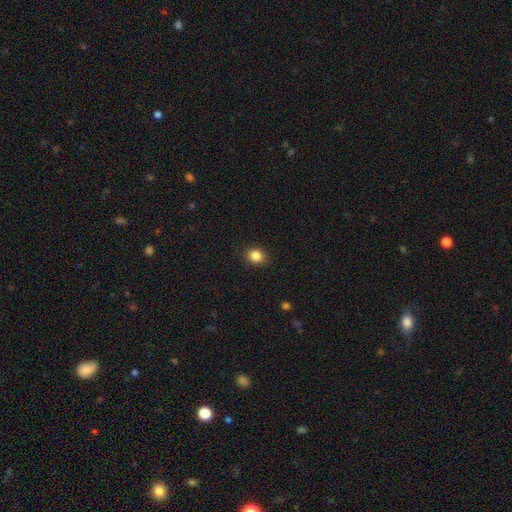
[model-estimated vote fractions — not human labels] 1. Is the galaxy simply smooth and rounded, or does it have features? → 86% smooth, 10% star or artifact, 4% featured or disk.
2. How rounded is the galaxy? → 71% round, 28% in between, 1% cigar-shaped.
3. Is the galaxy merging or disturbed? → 90% none, 7% minor disturbance, 2% major disturbance, 1% merger.